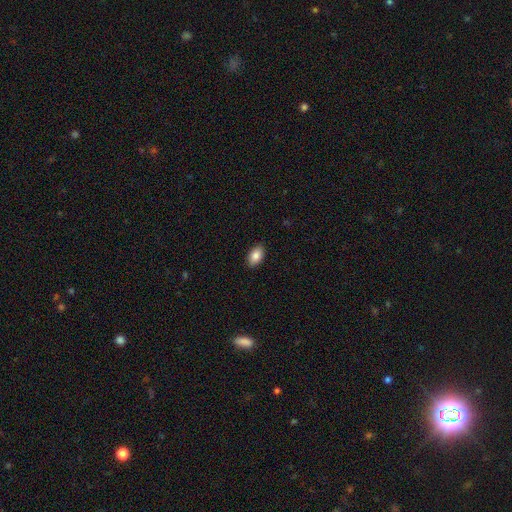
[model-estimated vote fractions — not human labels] Smooth or featured: smooth — 86% (star or artifact — 7%)
How rounded: in between — 91% (round — 7%)
Merging: none — 89% (minor disturbance — 8%)